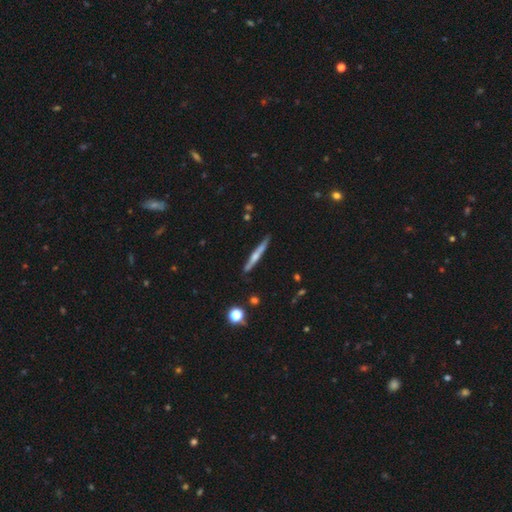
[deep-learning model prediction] A featured or disk galaxy (57%) viewed edge-on (96%) with a rounded central bulge (66%).

Vote fractions:
- Smooth or featured? featured or disk: 57% / smooth: 36% / star or artifact: 7%
- Edge-on disk? yes: 96% / no: 4%
- Edge-on bulge? rounded: 66% / none: 25% / boxy: 9%
- Merging? none: 85% / minor disturbance: 11% / merger: 2% / major disturbance: 2%